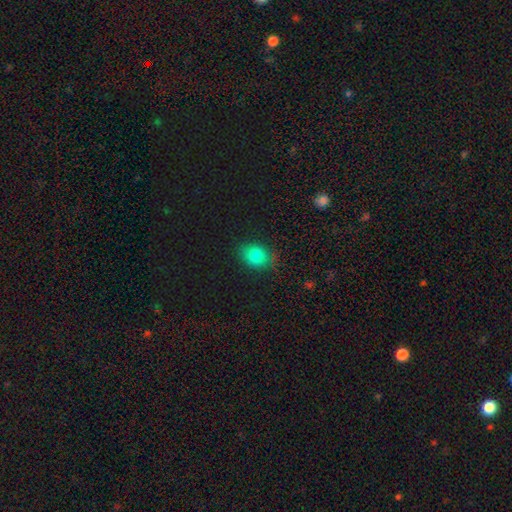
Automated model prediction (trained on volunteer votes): This appears to be a smooth galaxy with no disk features (79%) that is in between round and cigar-shaped (56%). Merging: none (77%).